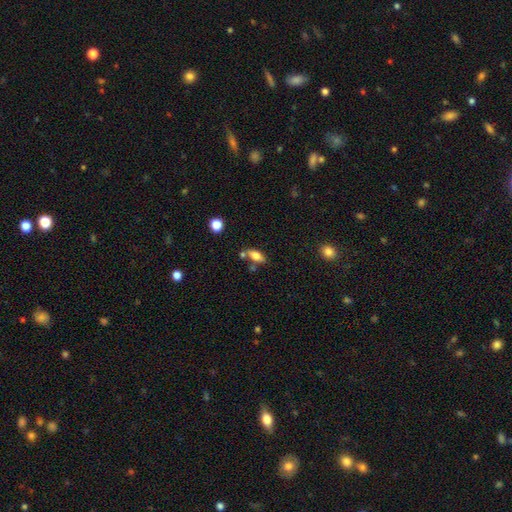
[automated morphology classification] Smooth or featured? smooth (69%)
How rounded? in between (80%)
Merging? none (62%)